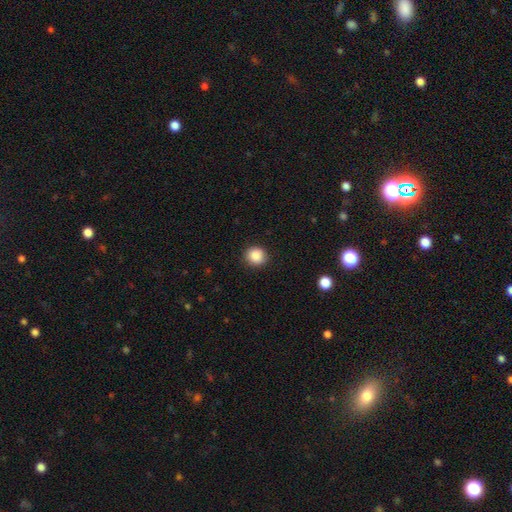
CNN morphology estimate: This appears to be a smooth galaxy with no disk features (88%) that is round (88%). Merging: none (90%).